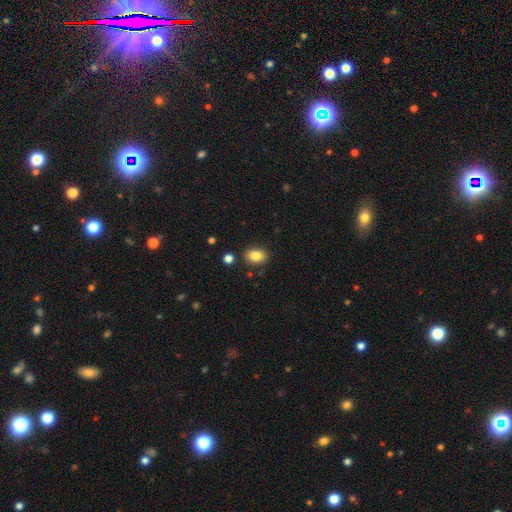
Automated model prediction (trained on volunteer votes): Smooth or featured? Predicted: smooth (p=0.83). How rounded? Predicted: in between (p=0.81). Merging? Predicted: none (p=0.85).